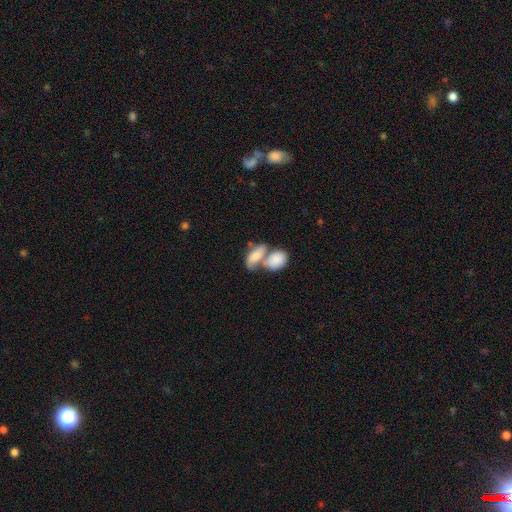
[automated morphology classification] Smooth or featured?
  - smooth: 74% *
  - featured or disk: 20%
  - star or artifact: 6%
How rounded?
  - in between: 88% *
  - round: 7%
  - cigar-shaped: 5%
Merging?
  - merger: 68% *
  - none: 18%
  - minor disturbance: 8%
  - major disturbance: 6%